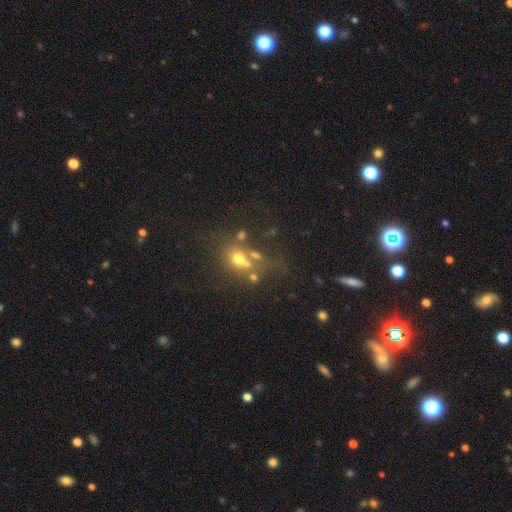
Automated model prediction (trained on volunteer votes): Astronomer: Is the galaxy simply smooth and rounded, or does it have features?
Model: smooth — 52%.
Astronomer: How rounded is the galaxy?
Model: round — 66%.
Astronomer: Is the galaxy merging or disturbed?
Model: none — 44% (runner-up: merger, 34%).